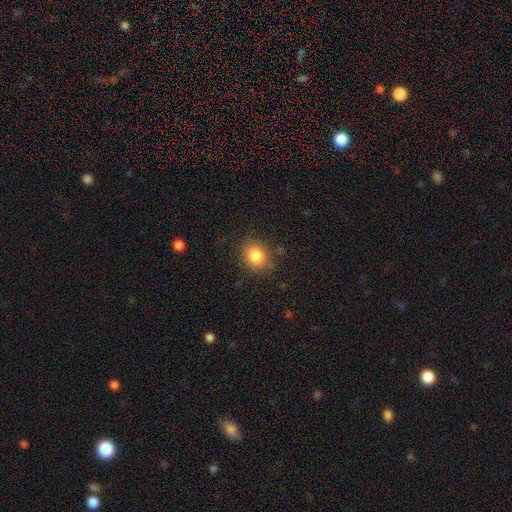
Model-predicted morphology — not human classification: Overall: smooth (83%). How rounded: round (54%; in between 45%). Merging: none (81%).